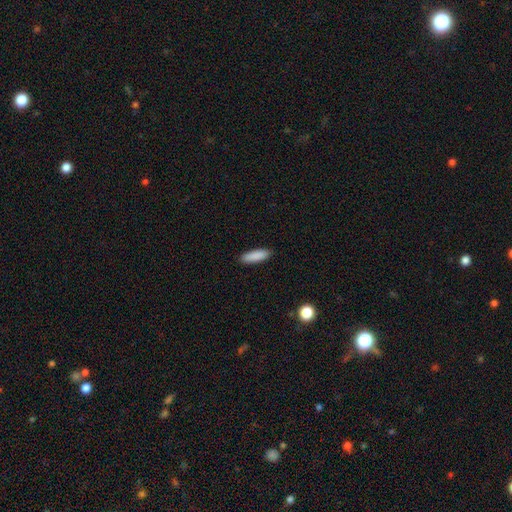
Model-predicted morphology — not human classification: smooth_or_featured: smooth (p=0.89) [alt: star or artifact p=0.06]
how_rounded: cigar-shaped (p=0.57) [alt: in between p=0.41]
merging: none (p=0.90) [alt: minor disturbance p=0.07]